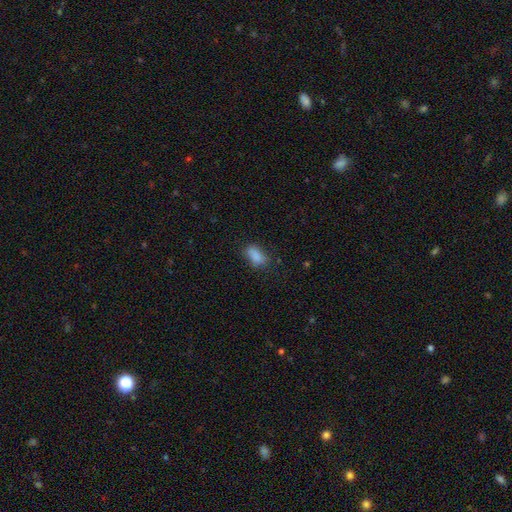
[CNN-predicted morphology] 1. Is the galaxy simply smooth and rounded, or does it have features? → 84% smooth, 10% star or artifact, 6% featured or disk.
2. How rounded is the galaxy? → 88% in between, 6% round, 6% cigar-shaped.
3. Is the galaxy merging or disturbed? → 63% none, 25% minor disturbance, 8% major disturbance, 3% merger.